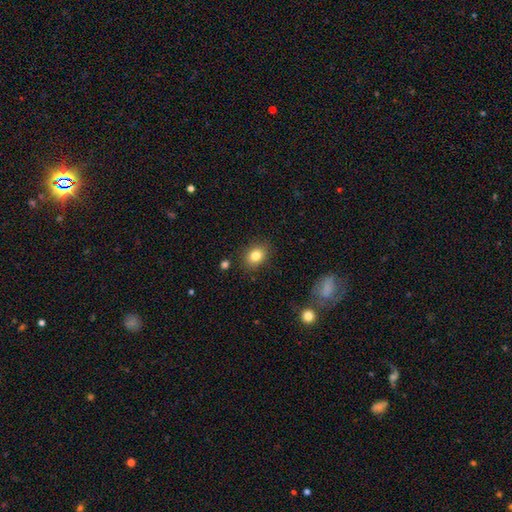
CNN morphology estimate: type=smooth (82%); roundness=in between (56%); merging=none (86%).